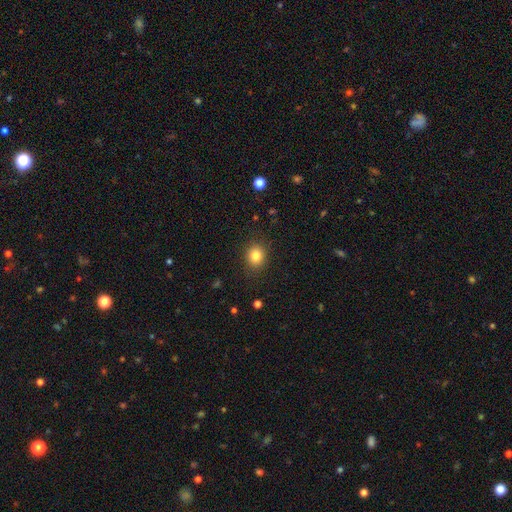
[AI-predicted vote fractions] A smooth galaxy with no disk features (82%) that is round (69%).

Vote fractions:
- Smooth or featured? smooth: 82% / star or artifact: 11% / featured or disk: 7%
- How rounded? round: 69% / in between: 30% / cigar-shaped: 1%
- Merging? none: 87% / minor disturbance: 9% / major disturbance: 3% / merger: 1%